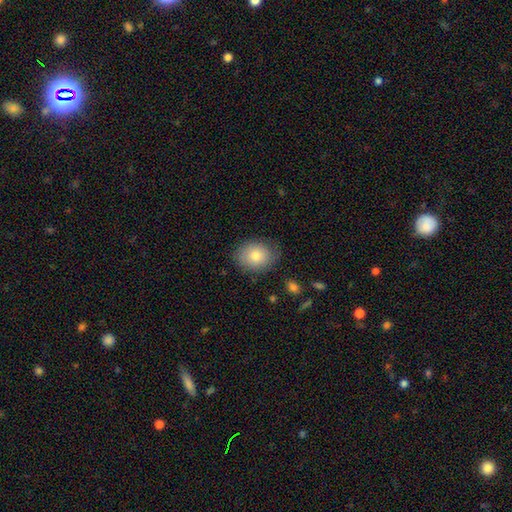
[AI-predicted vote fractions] This appears to be a smooth galaxy with no disk features (79%) that is round (53%). Merging: none (78%).